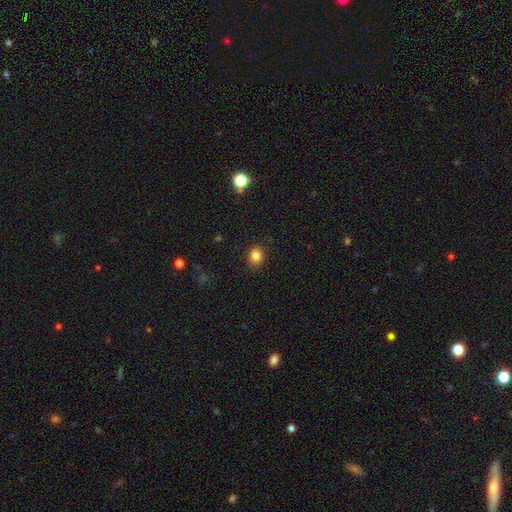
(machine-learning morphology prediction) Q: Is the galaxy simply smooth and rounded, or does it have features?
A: smooth — 83%.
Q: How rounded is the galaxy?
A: round — 70%.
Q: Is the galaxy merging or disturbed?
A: none — 88%.